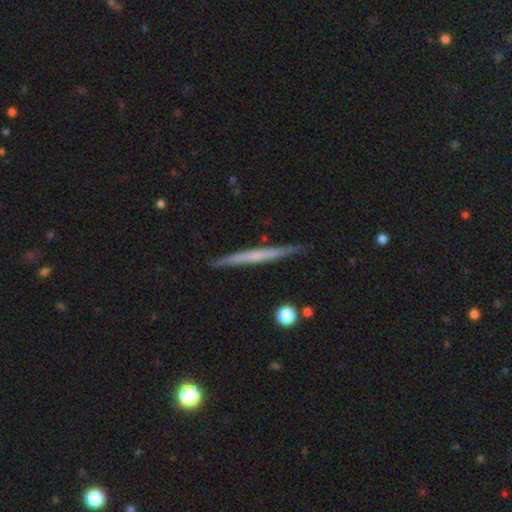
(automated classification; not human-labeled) Smooth or featured? featured or disk (54%)
Edge-on disk? yes (97%)
Edge-on bulge? none (82%)
Merging? none (91%)